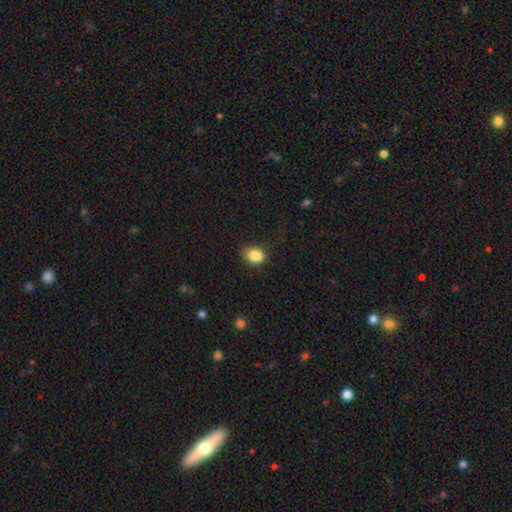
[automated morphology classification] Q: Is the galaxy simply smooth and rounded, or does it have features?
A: smooth — 86%.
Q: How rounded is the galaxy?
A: round — 51%.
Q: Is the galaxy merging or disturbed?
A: none — 73%.